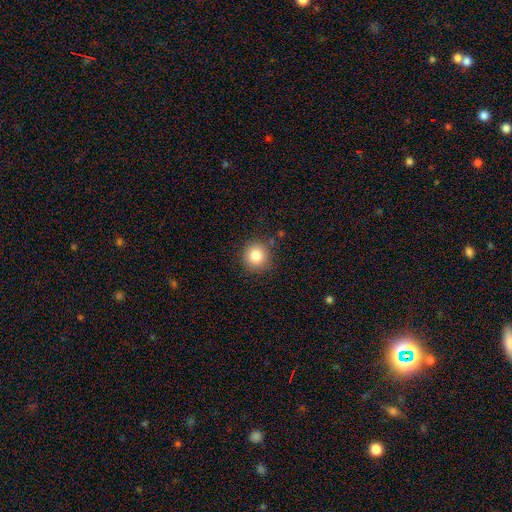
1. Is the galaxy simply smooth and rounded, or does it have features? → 89% smooth, 8% star or artifact, 3% featured or disk.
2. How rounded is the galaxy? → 94% round, 6% in between, 0% cigar-shaped.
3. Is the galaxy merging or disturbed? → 94% none, 3% minor disturbance, 3% major disturbance, 0% merger.